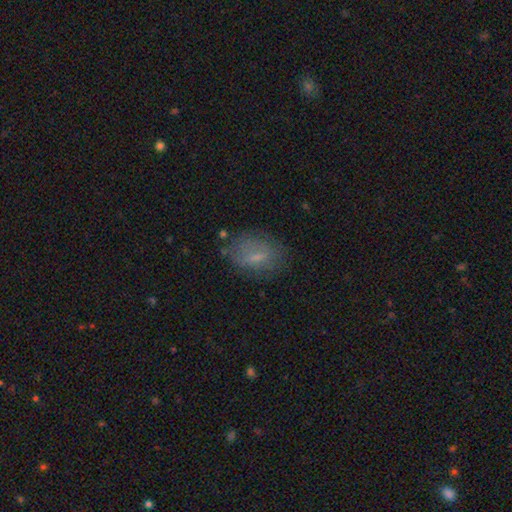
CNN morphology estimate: smooth_or_featured: smooth (p=0.59) [alt: featured or disk p=0.30]
how_rounded: in between (p=0.80) [alt: round p=0.14]
merging: none (p=0.65) [alt: minor disturbance p=0.22]